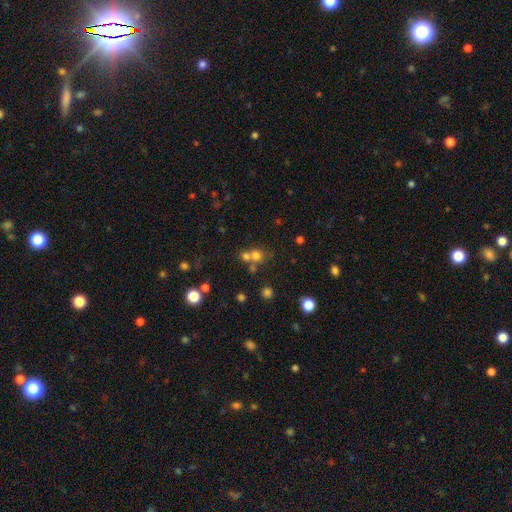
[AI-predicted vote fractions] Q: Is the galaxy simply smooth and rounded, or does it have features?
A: smooth — 66%.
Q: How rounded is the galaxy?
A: round — 82%.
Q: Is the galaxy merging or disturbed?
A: merger — 45%.